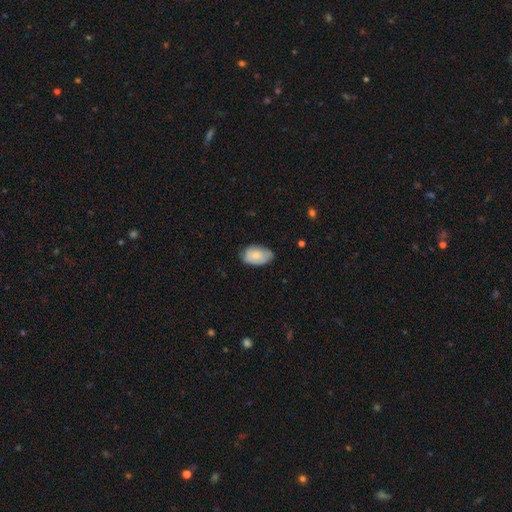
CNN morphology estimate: Smooth or featured: smooth — 80% (featured or disk — 14%)
How rounded: in between — 92% (round — 7%)
Merging: none — 63% (minor disturbance — 31%)